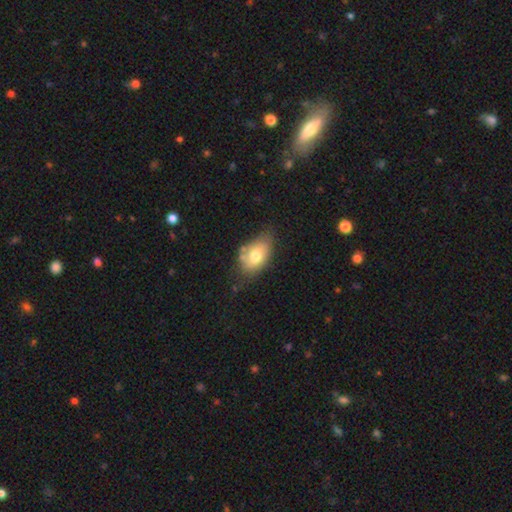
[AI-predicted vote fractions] A smooth galaxy with no disk features (71%) that is in between round and cigar-shaped (88%).

Vote fractions:
- Smooth or featured? smooth: 71% / featured or disk: 21% / star or artifact: 8%
- How rounded? in between: 88% / round: 10% / cigar-shaped: 2%
- Merging? none: 55% / minor disturbance: 30% / major disturbance: 8% / merger: 7%